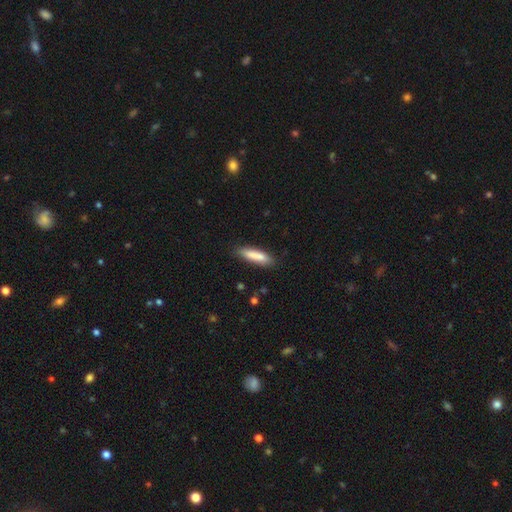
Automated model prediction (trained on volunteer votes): Smooth or featured: smooth — 85% (featured or disk — 10%)
How rounded: cigar-shaped — 73% (in between — 25%)
Merging: none — 84% (minor disturbance — 12%)